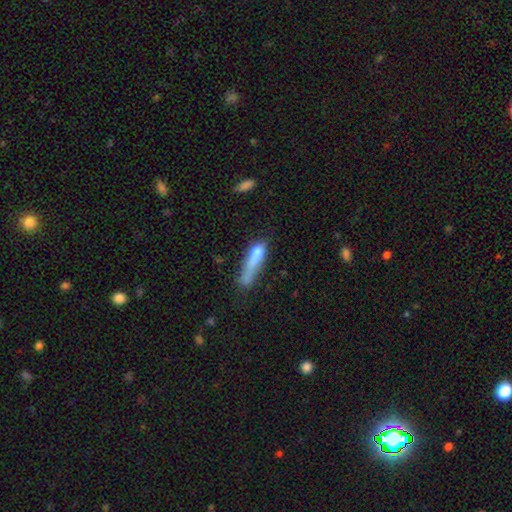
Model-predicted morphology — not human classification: smooth_or_featured: smooth (p=0.68) [alt: featured or disk p=0.23]
how_rounded: cigar-shaped (p=0.73) [alt: in between p=0.23]
merging: none (p=0.31) [alt: major disturbance p=0.27]